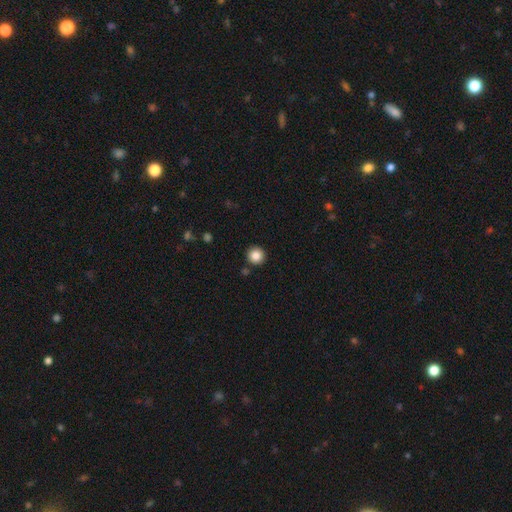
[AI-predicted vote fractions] Overall: smooth (86%). How rounded: round (95%). Merging: none (90%).